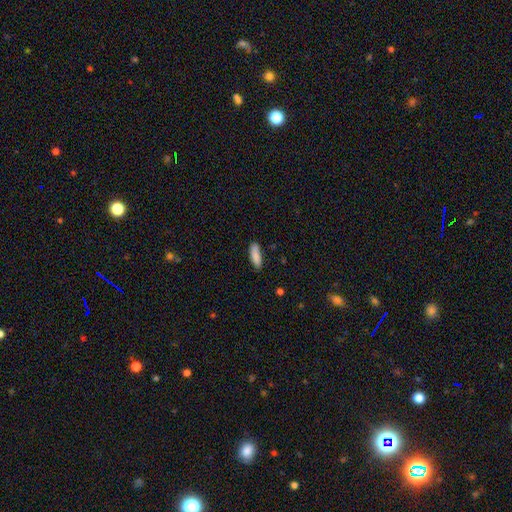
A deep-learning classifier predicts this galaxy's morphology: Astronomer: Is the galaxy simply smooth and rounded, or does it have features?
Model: smooth — 87%.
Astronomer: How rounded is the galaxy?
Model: in between — 56% (runner-up: cigar-shaped, 43%).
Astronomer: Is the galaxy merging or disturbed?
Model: none — 80%.